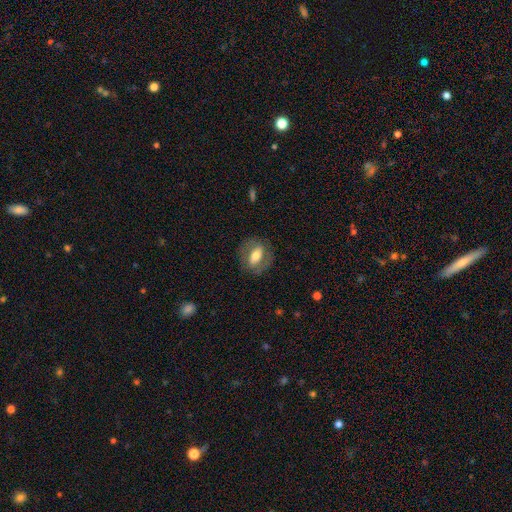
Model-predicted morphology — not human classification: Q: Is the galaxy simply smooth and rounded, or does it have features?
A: featured or disk — 50%.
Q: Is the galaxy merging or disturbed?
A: none — 79%.